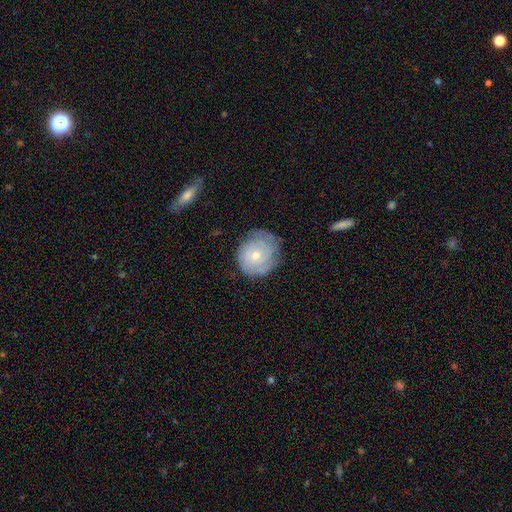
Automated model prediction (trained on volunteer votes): The model was most divided on "smooth or featured": featured or disk: 57%, smooth: 37%, star or artifact: 7%. More confident: edge-on disk — no (97%); bar — no (81%); spiral arms — yes (75%); merging — none (68%); bulge size — small (59%).